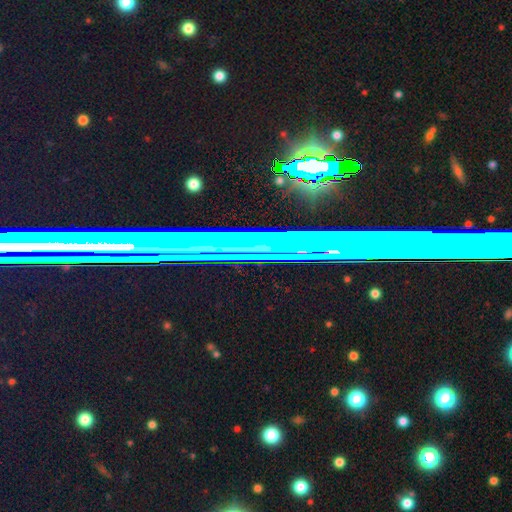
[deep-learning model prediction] Smooth or featured? star or artifact (63%)